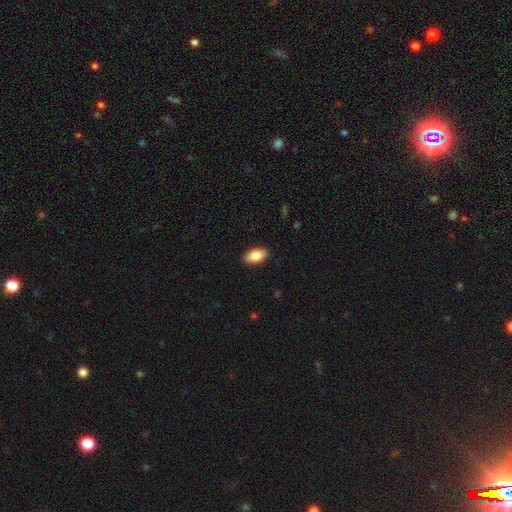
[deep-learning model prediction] Smooth or featured?
  - smooth: 83% *
  - featured or disk: 10%
  - star or artifact: 7%
How rounded?
  - in between: 92% *
  - cigar-shaped: 4%
  - round: 4%
Merging?
  - none: 89% *
  - minor disturbance: 8%
  - major disturbance: 2%
  - merger: 1%